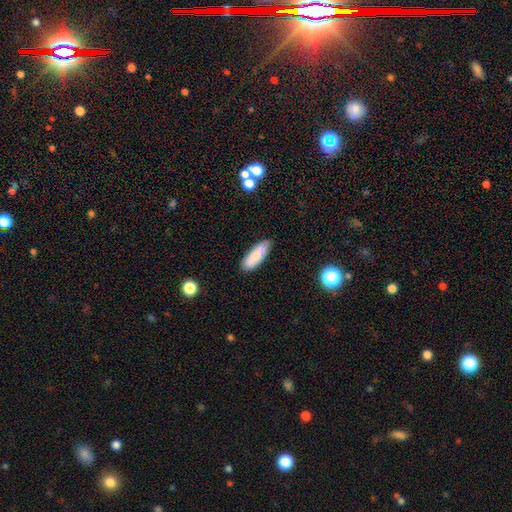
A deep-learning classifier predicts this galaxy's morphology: This is likely a smooth galaxy (73%). How rounded: likely in between (71%). Merging: likely none (76%).